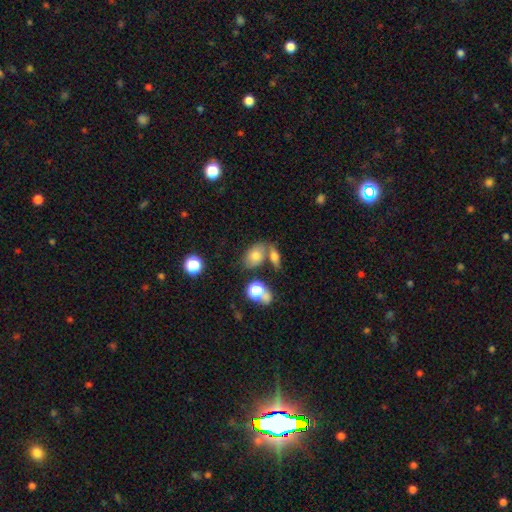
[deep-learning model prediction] Smooth or featured: smooth — 73% (featured or disk — 15%)
How rounded: in between — 77% (round — 21%)
Merging: none — 53% (merger — 27%)